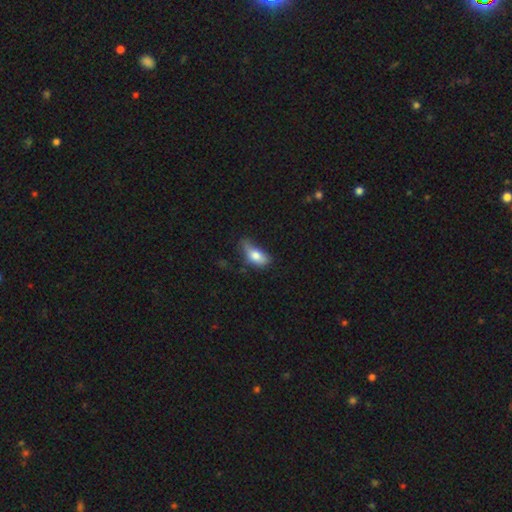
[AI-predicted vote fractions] Smooth or featured? smooth (75%)
How rounded? in between (84%)
Merging? minor disturbance (41%)